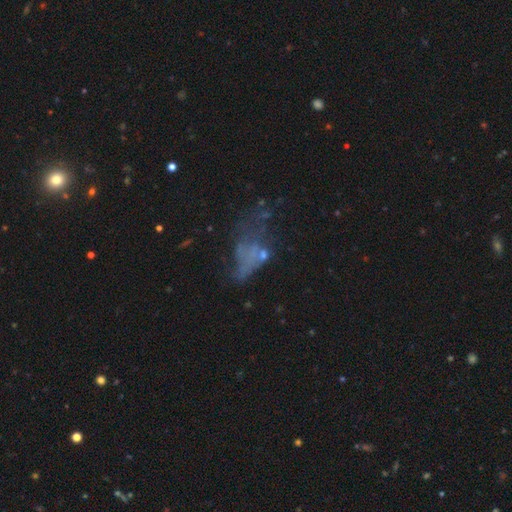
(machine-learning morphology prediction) Smooth or featured?
  - featured or disk: 45% *
  - smooth: 29%
  - star or artifact: 26%
Merging?
  - major disturbance: 42% *
  - none: 29%
  - minor disturbance: 16%
  - merger: 12%